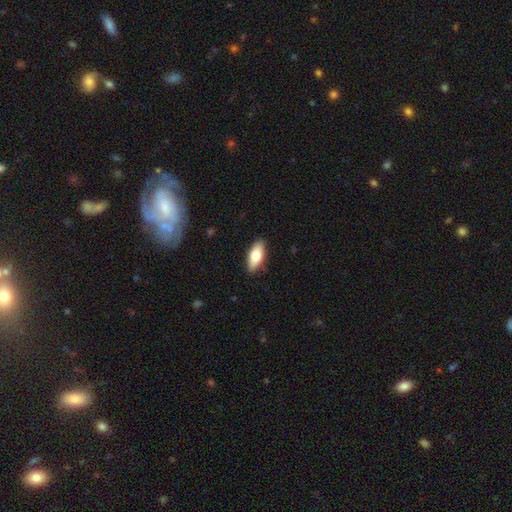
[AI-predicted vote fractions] smooth-or-featured: smooth: 77% | featured or disk: 17% | star or artifact: 6%
  how-rounded: in between: 82% | cigar-shaped: 16% | round: 2%
  merging: none: 87% | minor disturbance: 10% | major disturbance: 2% | merger: 1%